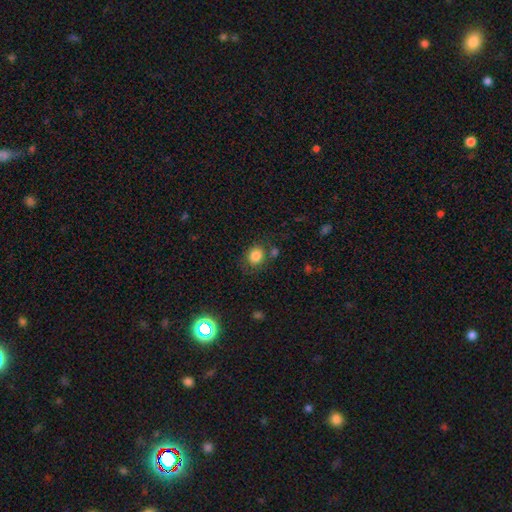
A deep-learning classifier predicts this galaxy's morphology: This appears to be a smooth galaxy with no disk features (83%) that is round (68%). Merging: none (70%).